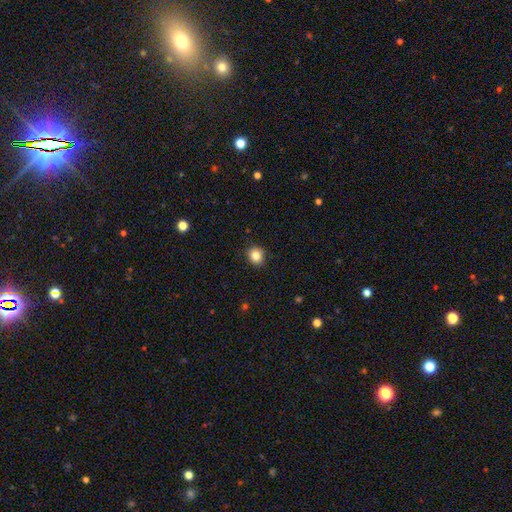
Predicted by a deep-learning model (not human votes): A smooth galaxy with no disk features (84%) that is round (77%).

Vote fractions:
- Smooth or featured? smooth: 84% / star or artifact: 11% / featured or disk: 5%
- How rounded? round: 77% / in between: 22% / cigar-shaped: 1%
- Merging? none: 86% / minor disturbance: 11% / major disturbance: 2% / merger: 1%